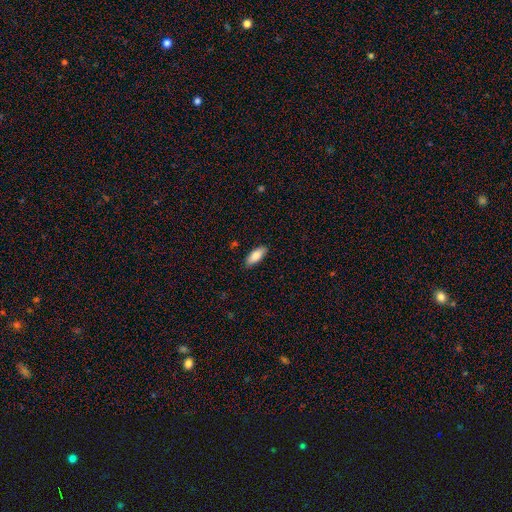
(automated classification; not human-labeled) smooth 84%, featured or disk 10%, star or artifact 6%. Down the decision tree: how rounded — in between (79%); merging — none (86%).